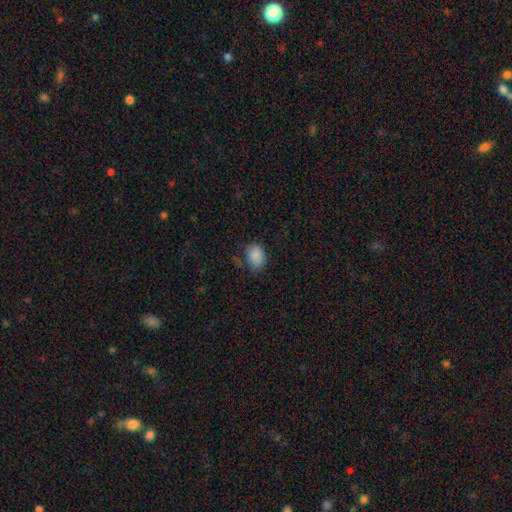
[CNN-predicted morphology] smooth_or_featured: smooth (p=0.86) [alt: star or artifact p=0.09]
how_rounded: in between (p=0.65) [alt: round p=0.35]
merging: none (p=0.65) [alt: minor disturbance p=0.25]